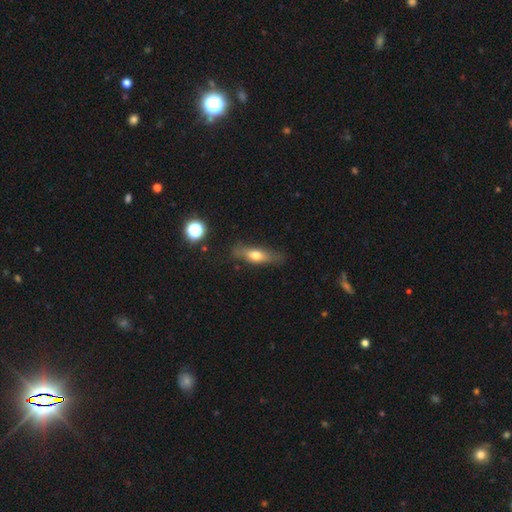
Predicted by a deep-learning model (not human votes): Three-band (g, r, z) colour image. It shows a smooth galaxy with no disk features (54%) that is cigar-shaped (57%). Merging: none (75%).